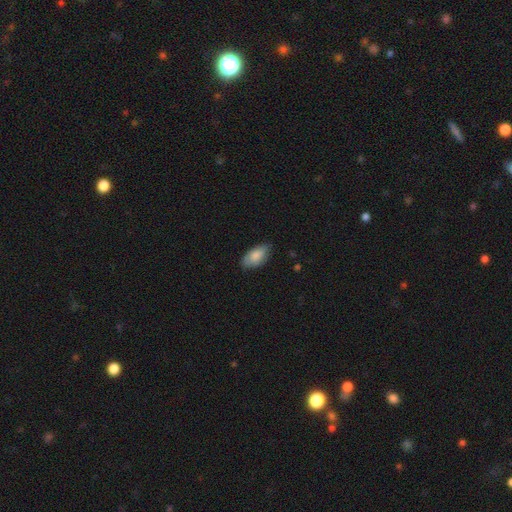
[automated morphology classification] Overall: smooth (82%). How rounded: in between (93%). Merging: none (74%).